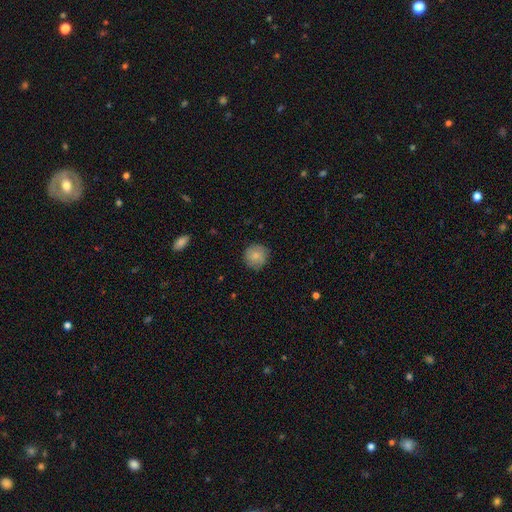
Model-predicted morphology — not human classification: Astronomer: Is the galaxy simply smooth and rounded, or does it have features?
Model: smooth — 81%.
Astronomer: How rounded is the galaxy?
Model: round — 93%.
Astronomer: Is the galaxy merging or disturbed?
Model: none — 82%.